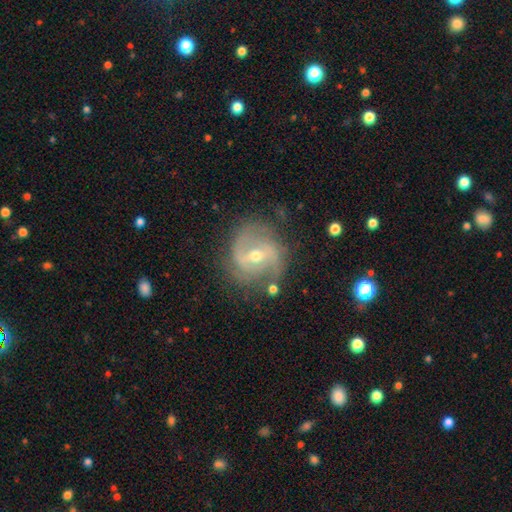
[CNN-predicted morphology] Smooth or featured?
  - featured or disk: 84% *
  - smooth: 10%
  - star or artifact: 7%
Edge-on disk?
  - no: 97% *
  - yes: 3%
Bar?
  - weak: 48% *
  - strong: 31%
  - no: 21%
Spiral arms?
  - yes: 92% *
  - no: 8%
Spiral winding?
  - medium: 47% *
  - loose: 27%
  - tight: 26%
Spiral arm count?
  - 2: 75% *
  - can't tell: 11%
  - 3: 8%
  - 1: 3%
  - 4: 2%
  - more than 4: 2%
Bulge size?
  - small: 49% *
  - moderate: 48%
  - large: 1%
  - none: 1%
  - dominant: 1%
Merging?
  - none: 72% *
  - minor disturbance: 18%
  - major disturbance: 8%
  - merger: 2%